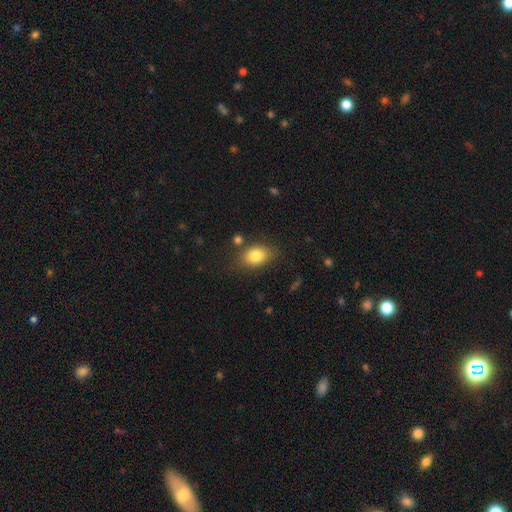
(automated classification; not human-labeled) This is clearly a smooth galaxy (82%). How rounded: likely in between (80%). Merging: likely none (77%).